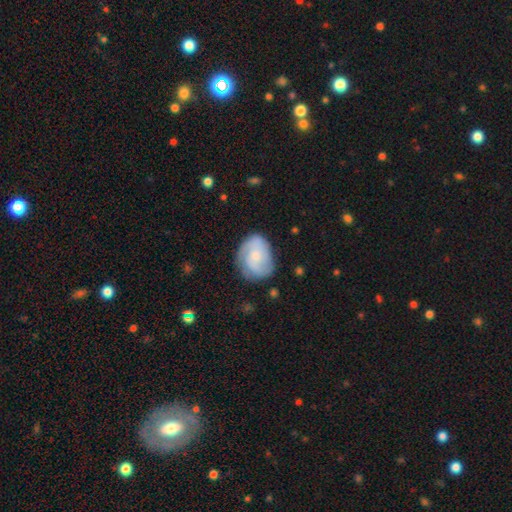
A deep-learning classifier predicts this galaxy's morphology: Smooth or featured? Predicted: featured or disk (p=0.60). Edge-on disk? Predicted: no (p=0.97). Bar? Predicted: no (p=0.69). Spiral arms? Predicted: yes (p=0.87). Spiral winding? Predicted: medium (p=0.42). Spiral arm count? Predicted: 2 (p=0.50). Bulge size? Predicted: small (p=0.56). Merging? Predicted: none (p=0.68).